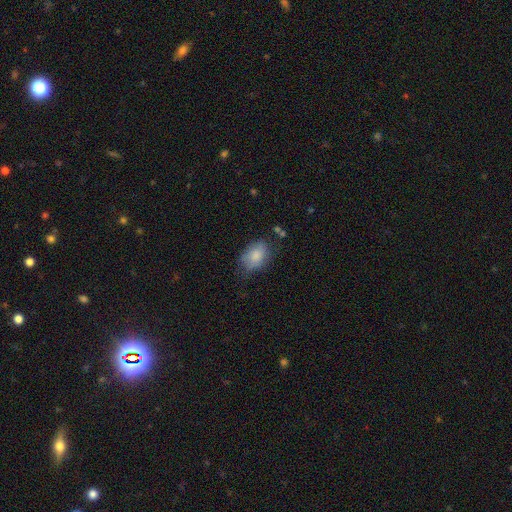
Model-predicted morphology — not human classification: Smooth or featured?
  - smooth: 81% *
  - featured or disk: 12%
  - star or artifact: 7%
How rounded?
  - in between: 83% *
  - round: 16%
  - cigar-shaped: 1%
Merging?
  - none: 60% *
  - minor disturbance: 28%
  - major disturbance: 10%
  - merger: 3%